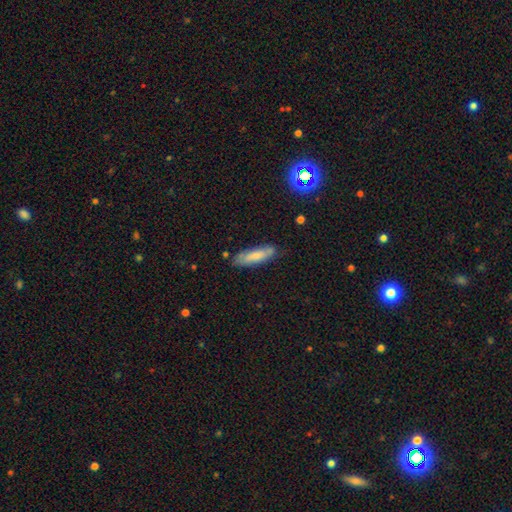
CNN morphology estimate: smooth-or-featured: smooth: 71% | featured or disk: 22% | star or artifact: 7%
  how-rounded: cigar-shaped: 59% | in between: 39% | round: 2%
  merging: none: 75% | minor disturbance: 19% | major disturbance: 4% | merger: 2%